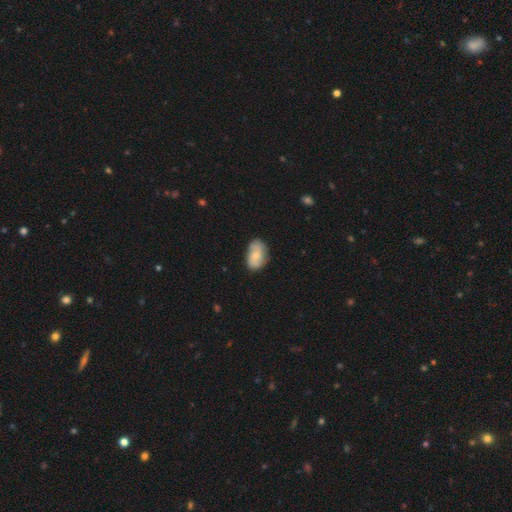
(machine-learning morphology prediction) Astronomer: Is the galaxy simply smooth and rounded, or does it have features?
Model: smooth — 58% (runner-up: featured or disk, 36%).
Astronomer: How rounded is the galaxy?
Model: in between — 87%.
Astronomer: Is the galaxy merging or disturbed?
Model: none — 72%.